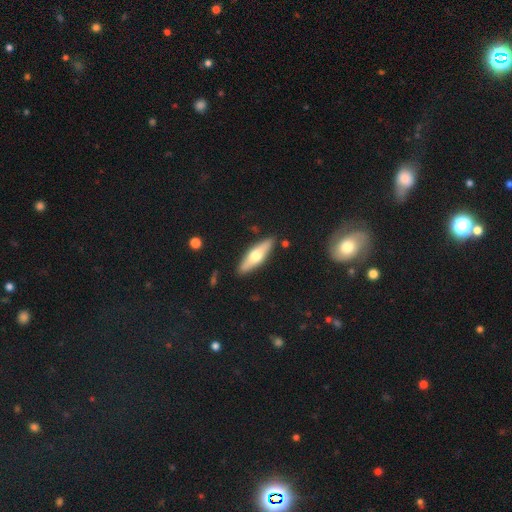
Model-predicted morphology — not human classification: This is possibly a smooth galaxy (50%). Merging: clearly none (88%).